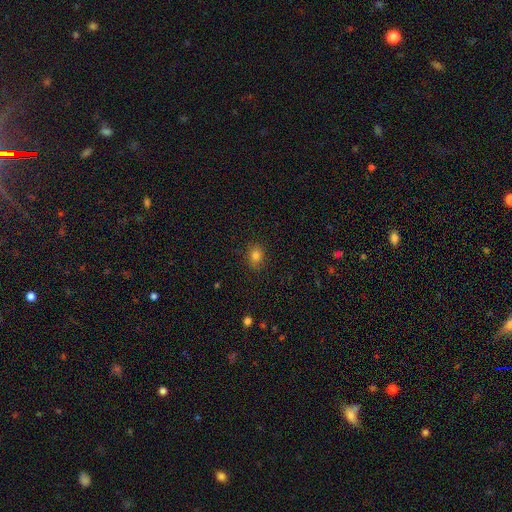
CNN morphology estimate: Smooth or featured: smooth — 81% (star or artifact — 13%)
How rounded: in between — 51% (round — 48%)
Merging: none — 86% (minor disturbance — 11%)